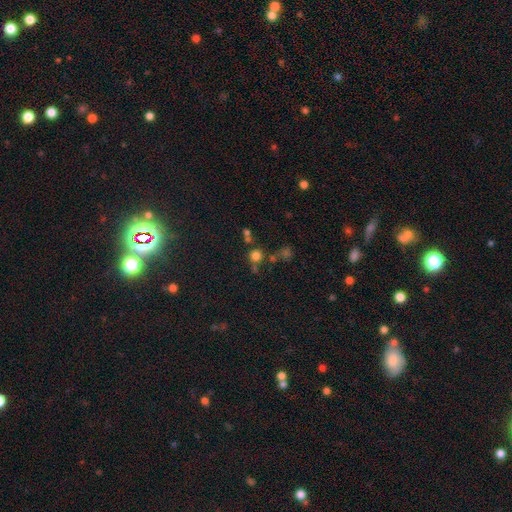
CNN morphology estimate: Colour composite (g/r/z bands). It shows a smooth galaxy with no disk features (71%) that is round (91%). Merging: none (66%).